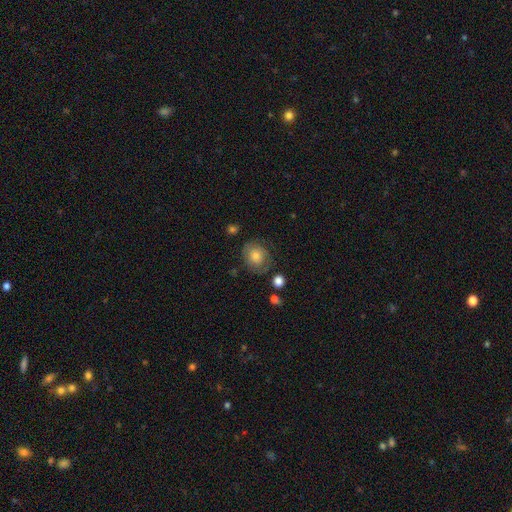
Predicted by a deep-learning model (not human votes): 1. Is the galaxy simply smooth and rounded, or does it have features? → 48% smooth, 42% featured or disk, 10% star or artifact.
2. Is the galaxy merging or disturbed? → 71% none, 18% minor disturbance, 8% major disturbance, 2% merger.